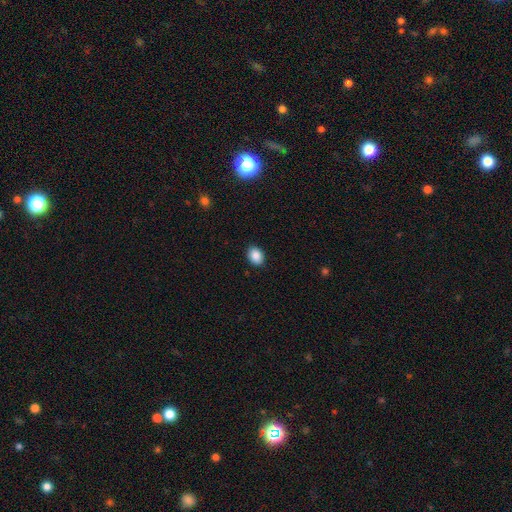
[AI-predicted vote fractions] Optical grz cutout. It shows a smooth galaxy with no disk features (89%) that is in between round and cigar-shaped (68%). Merging: none (90%).